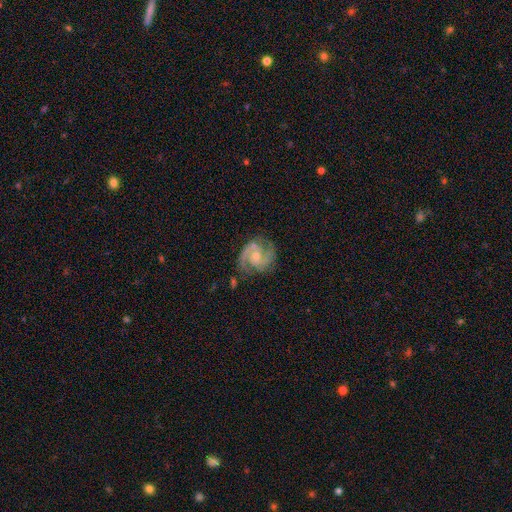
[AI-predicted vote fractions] A featured or disk galaxy (90%) with no bar (60%), 2 (75%) medium (53%) spiral arms (98%) and a small central bulge (51%). Merging: none (72%).